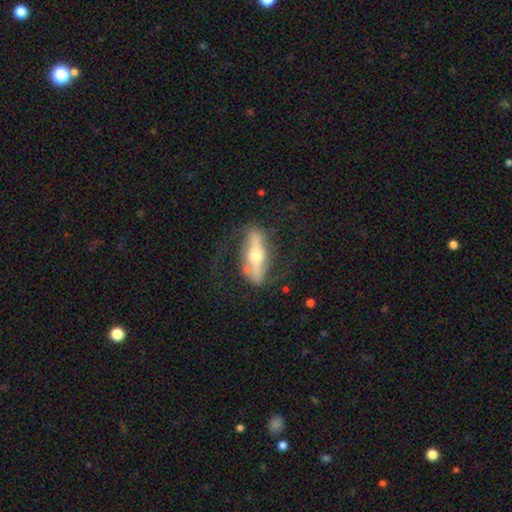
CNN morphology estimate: Smooth or featured? featured or disk (70%)
Edge-on disk? yes (55%)
Merging? none (69%)